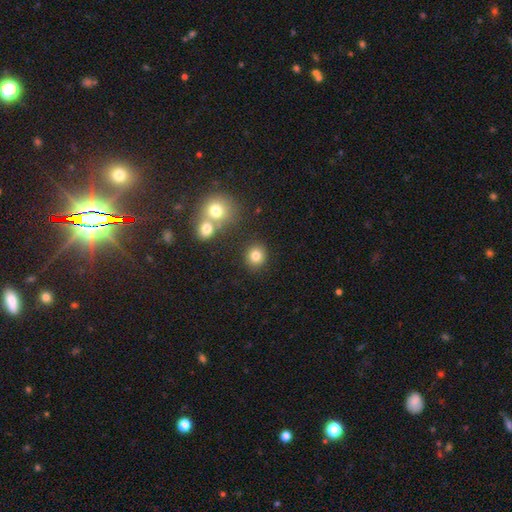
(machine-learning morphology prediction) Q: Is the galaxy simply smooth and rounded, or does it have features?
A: smooth — 81%.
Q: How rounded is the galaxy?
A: round — 86%.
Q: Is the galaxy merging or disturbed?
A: none — 84%.